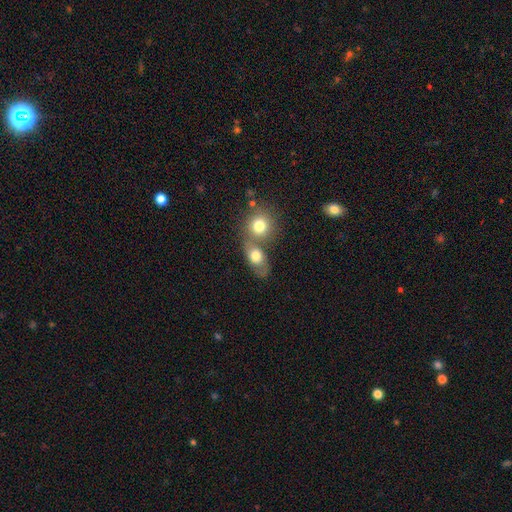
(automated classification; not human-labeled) A smooth galaxy with no disk features (72%) that is in between round and cigar-shaped (55%).

Vote fractions:
- Smooth or featured? smooth: 72% / featured or disk: 19% / star or artifact: 9%
- How rounded? in between: 55% / round: 41% / cigar-shaped: 3%
- Merging? merger: 49% / none: 37% / minor disturbance: 9% / major disturbance: 5%